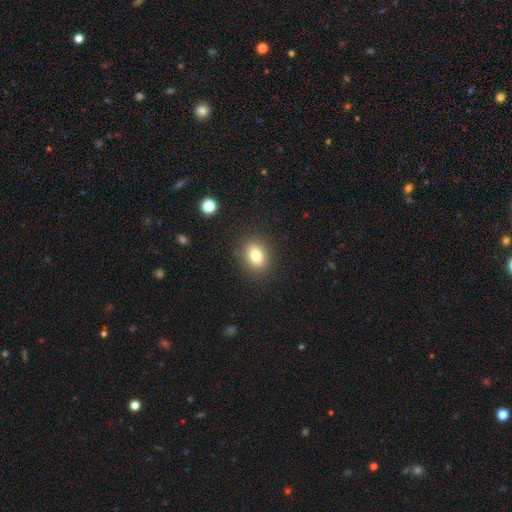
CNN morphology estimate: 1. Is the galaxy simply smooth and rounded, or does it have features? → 80% smooth, 11% star or artifact, 9% featured or disk.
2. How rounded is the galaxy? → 50% in between, 49% round, 1% cigar-shaped.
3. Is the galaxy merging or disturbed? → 87% none, 8% minor disturbance, 3% major disturbance, 1% merger.